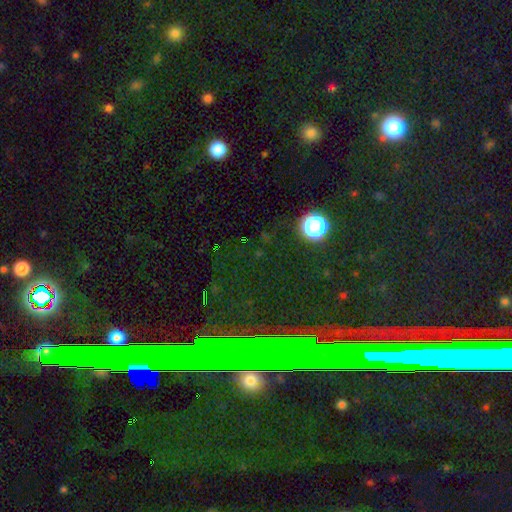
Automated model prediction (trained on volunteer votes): Q: Smooth or featured?
A: star or artifact (70%); runner-up: smooth (17%)